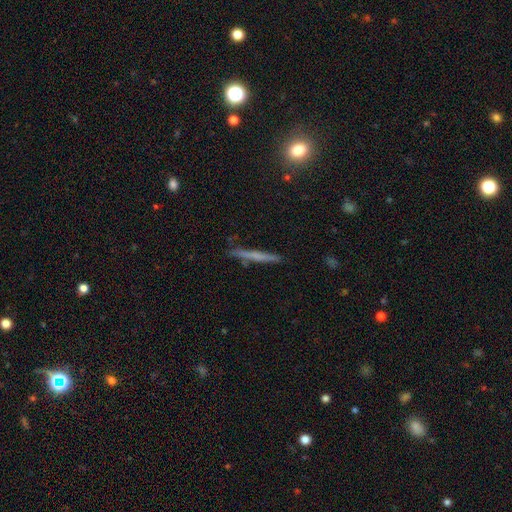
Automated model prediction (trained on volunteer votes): Smooth or featured? Predicted: smooth (p=0.51). How rounded? Predicted: cigar-shaped (p=0.96). Merging? Predicted: none (p=0.87).